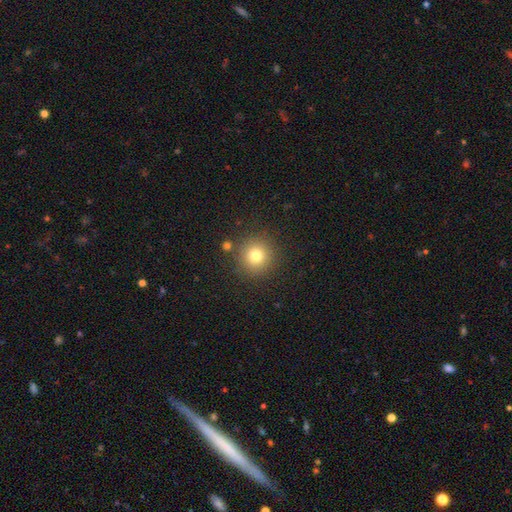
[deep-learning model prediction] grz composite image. It shows a smooth galaxy with no disk features (77%) that is round (95%). Merging: none (86%).